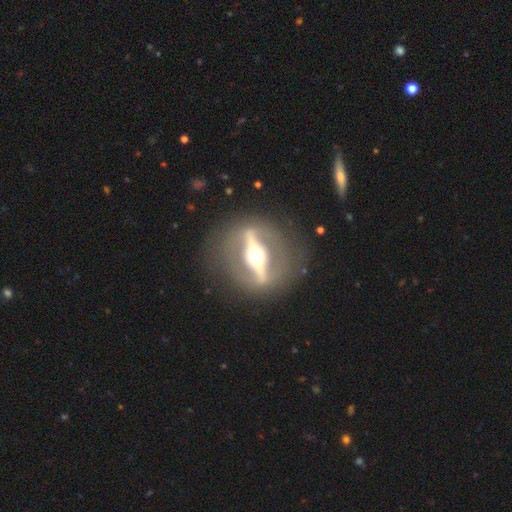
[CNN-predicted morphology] Smooth or featured?
  - featured or disk: 84% *
  - star or artifact: 8%
  - smooth: 8%
Edge-on disk?
  - yes: 61% *
  - no: 39%
Edge-on bulge?
  - rounded: 94% *
  - boxy: 4%
  - none: 2%
Merging?
  - none: 82% *
  - minor disturbance: 10%
  - major disturbance: 7%
  - merger: 2%